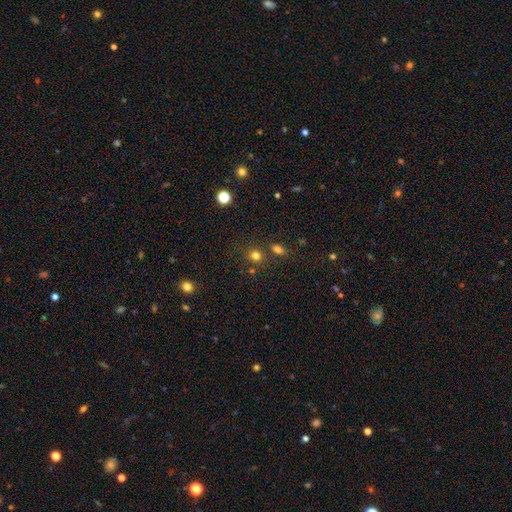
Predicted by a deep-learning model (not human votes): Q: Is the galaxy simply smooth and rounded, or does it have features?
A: smooth — 75%.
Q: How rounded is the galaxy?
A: round — 79%.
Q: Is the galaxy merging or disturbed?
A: none — 73%.